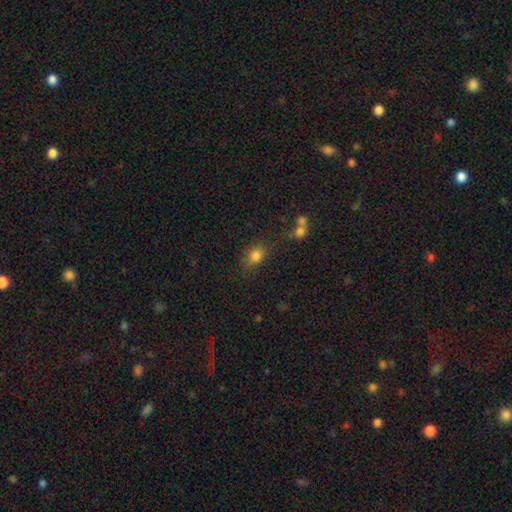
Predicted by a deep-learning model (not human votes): The model was most divided on "how rounded": in between: 60%, round: 38%, cigar-shaped: 2%. More confident: smooth or featured — smooth (81%); merging — none (71%).